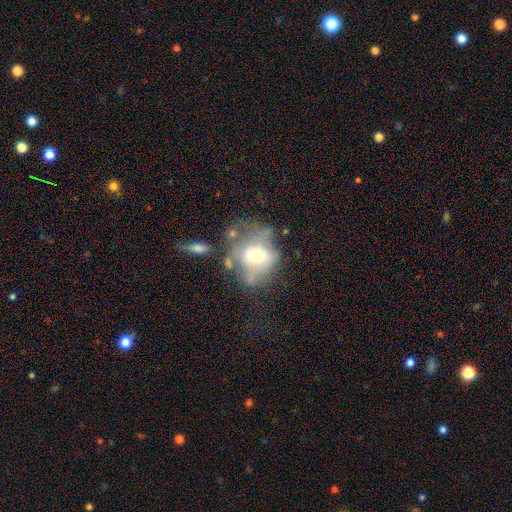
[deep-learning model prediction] This is possibly a smooth galaxy (47%). Merging: marginally none (35%).